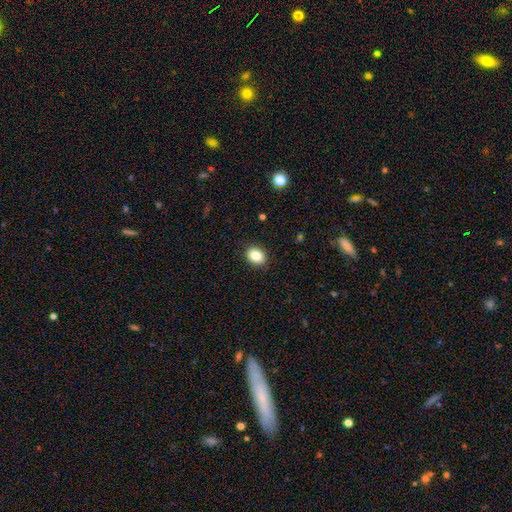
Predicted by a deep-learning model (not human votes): This appears to be a smooth galaxy with no disk features (84%) that is in between round and cigar-shaped (57%). Merging: none (90%).